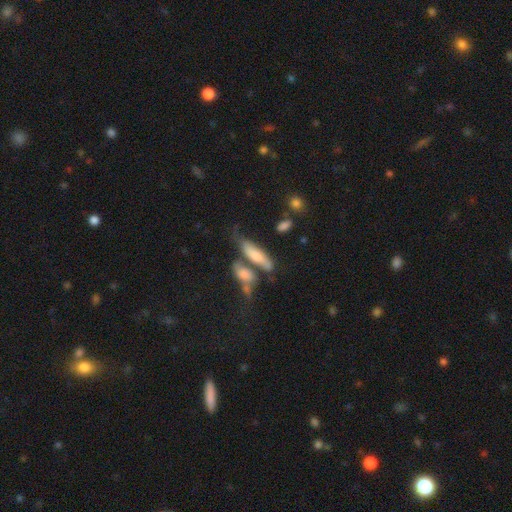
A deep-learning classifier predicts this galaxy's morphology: The model was most divided on "how rounded": cigar-shaped: 50%, in between: 47%, round: 3%. Remaining: smooth or featured — smooth (63%); merging — none (40%).